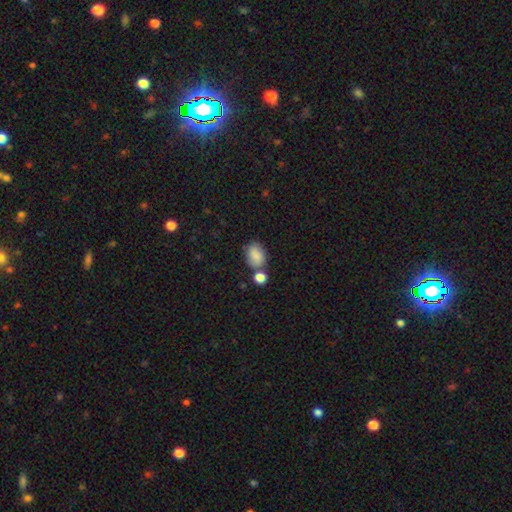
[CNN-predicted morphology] smooth 84%, star or artifact 9%, featured or disk 7%. Down the decision tree: how rounded — in between (75%); merging — none (57%).